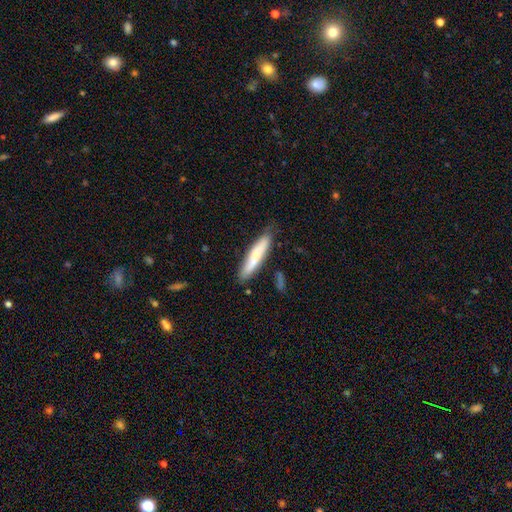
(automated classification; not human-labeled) A smooth galaxy with no disk features (61%) that is cigar-shaped (85%).

Vote fractions:
- Smooth or featured? smooth: 61% / featured or disk: 33% / star or artifact: 6%
- How rounded? cigar-shaped: 85% / in between: 14% / round: 1%
- Merging? none: 76% / minor disturbance: 18% / major disturbance: 3% / merger: 3%